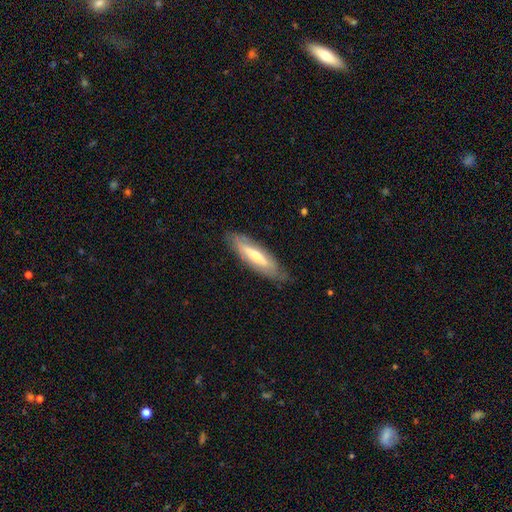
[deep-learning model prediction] Morphology: type=featured or disk (58%); edge-on=no (50%, tied with yes); merging=none (80%).